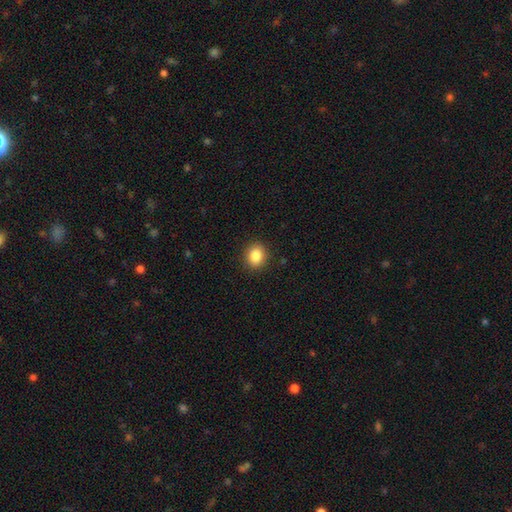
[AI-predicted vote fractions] The model was most divided on "how rounded": round: 57%, in between: 42%, cigar-shaped: 1%. More confident: merging — none (90%); smooth or featured — smooth (86%).